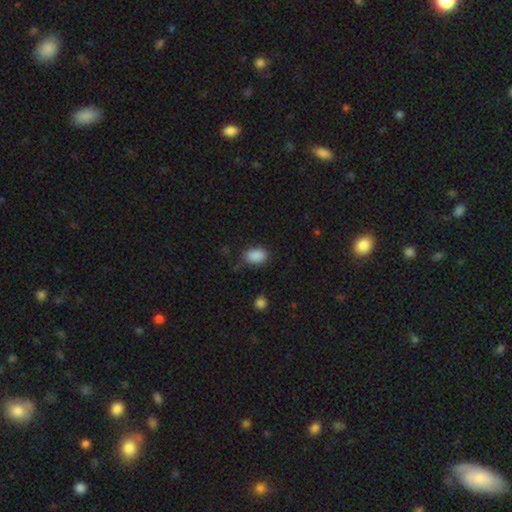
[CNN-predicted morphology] Smooth or featured? smooth (88%)
How rounded? in between (85%)
Merging? none (76%)